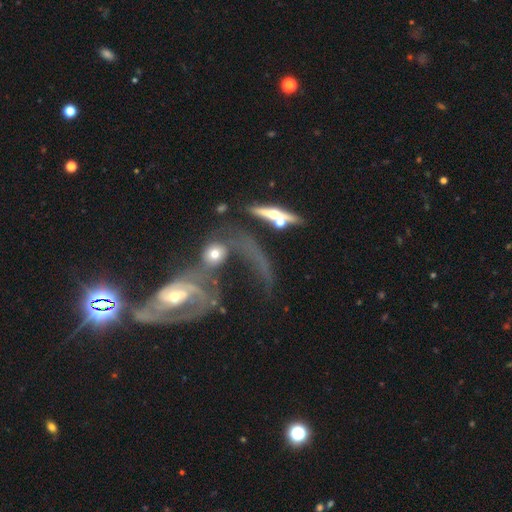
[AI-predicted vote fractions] Morphology: type=featured or disk (67%); edge-on=no (68%); merging=merger (45%).